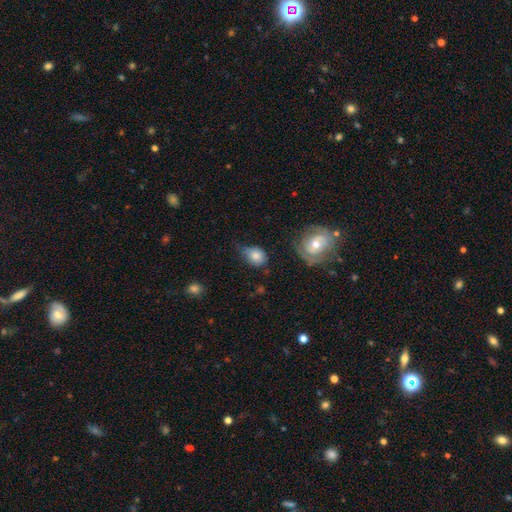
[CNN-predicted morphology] Smooth or featured? smooth (78%)
How rounded? round (51%)
Merging? none (46%)